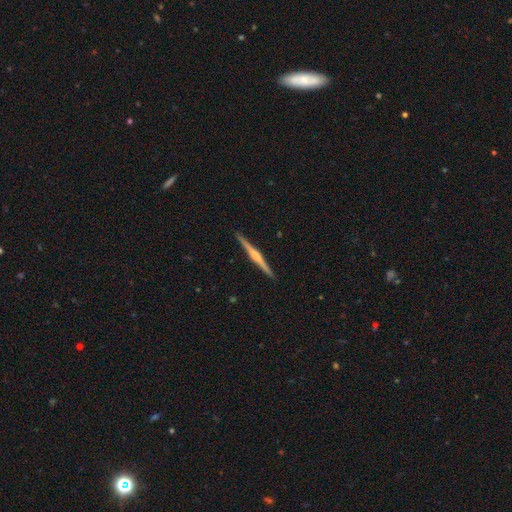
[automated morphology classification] smooth-or-featured: featured or disk: 76% | smooth: 19% | star or artifact: 5%
  disk-edge-on: yes: 99% | no: 1%
    edge-on-bulge: rounded: 69% | boxy: 17% | none: 13%
  merging: none: 92% | minor disturbance: 6% | major disturbance: 1% | merger: 1%